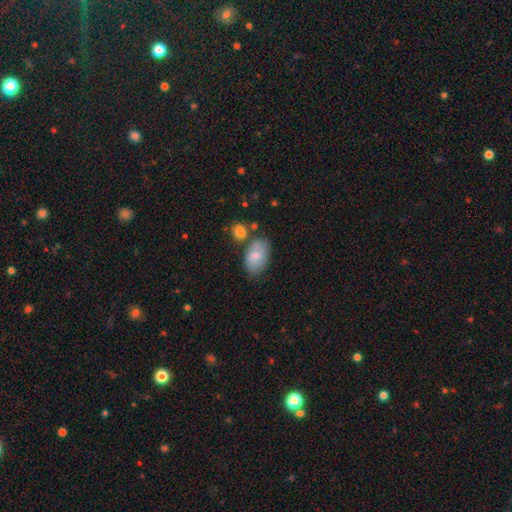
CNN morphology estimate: smooth_or_featured: smooth (p=0.74) [alt: featured or disk p=0.19]
how_rounded: in between (p=0.91) [alt: round p=0.07]
merging: none (p=0.64) [alt: minor disturbance p=0.19]